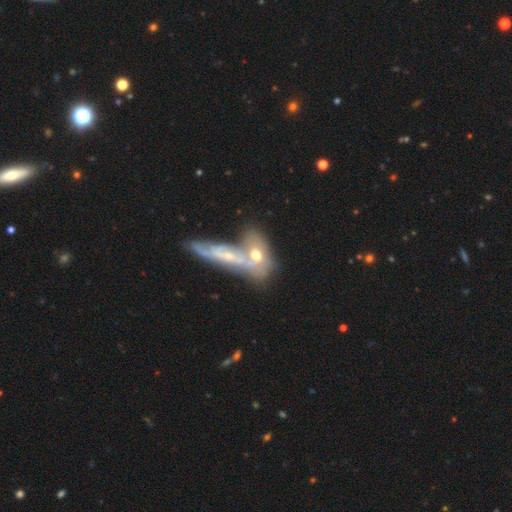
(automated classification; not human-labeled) Morphology: type=featured or disk (49%); merging=merger (58%).